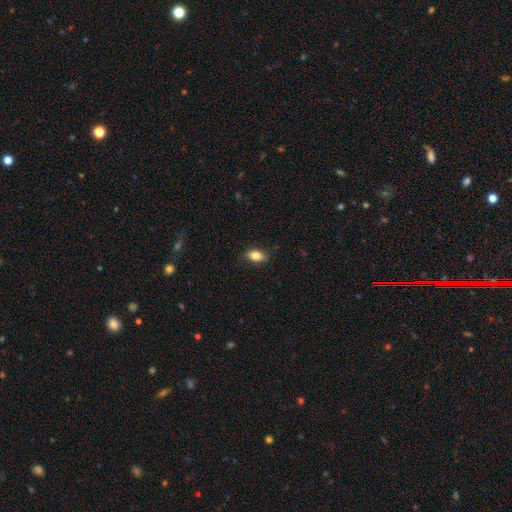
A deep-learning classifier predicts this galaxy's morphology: A smooth galaxy with no disk features (82%) that is in between round and cigar-shaped (87%). Merging: none (83%).